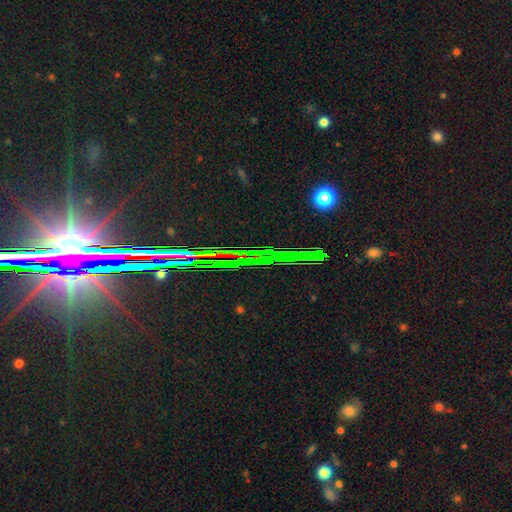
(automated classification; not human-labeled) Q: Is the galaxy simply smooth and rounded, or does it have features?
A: star or artifact — 82%.